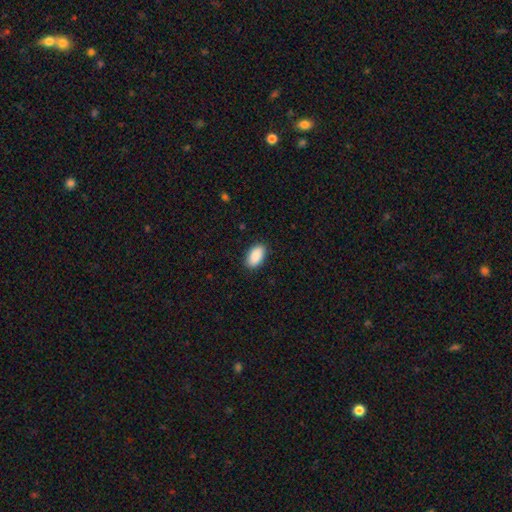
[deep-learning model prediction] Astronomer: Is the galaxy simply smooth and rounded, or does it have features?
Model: smooth — 91%.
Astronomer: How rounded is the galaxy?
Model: in between — 95%.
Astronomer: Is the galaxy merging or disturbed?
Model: none — 88%.